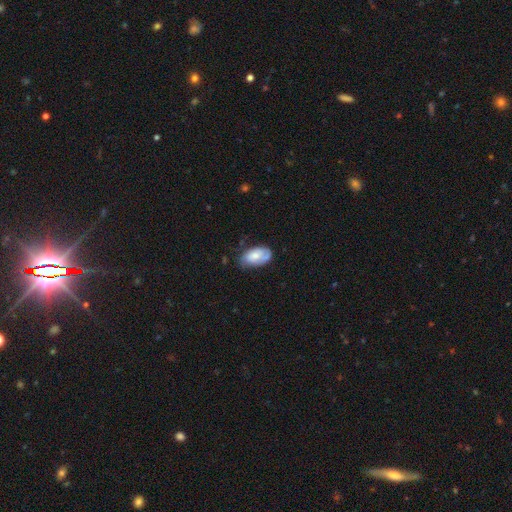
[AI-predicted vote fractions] smooth_or_featured: smooth (p=0.59) [alt: featured or disk p=0.35]
how_rounded: in between (p=0.93) [alt: round p=0.05]
merging: none (p=0.58) [alt: minor disturbance p=0.31]